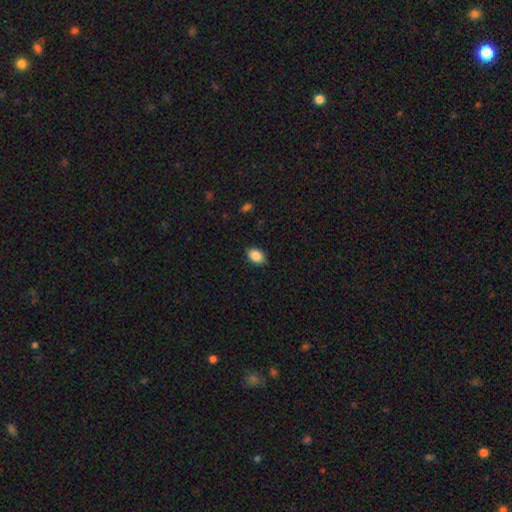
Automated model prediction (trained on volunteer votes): smooth_or_featured: smooth (p=0.87) [alt: star or artifact p=0.08]
how_rounded: in between (p=0.75) [alt: round p=0.24]
merging: none (p=0.86) [alt: minor disturbance p=0.11]